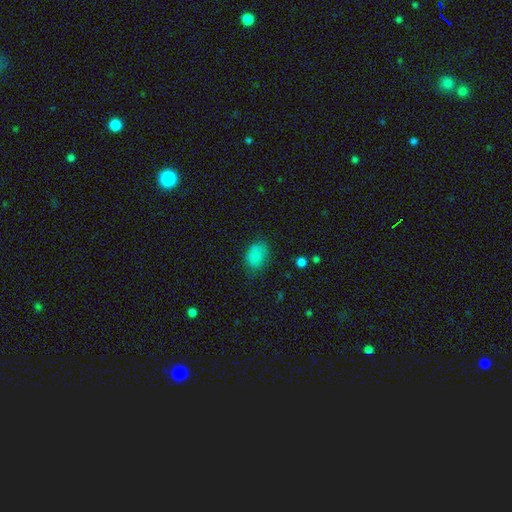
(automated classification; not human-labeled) Overall: smooth (83%). How rounded: in between (79%). Merging: none (70%).